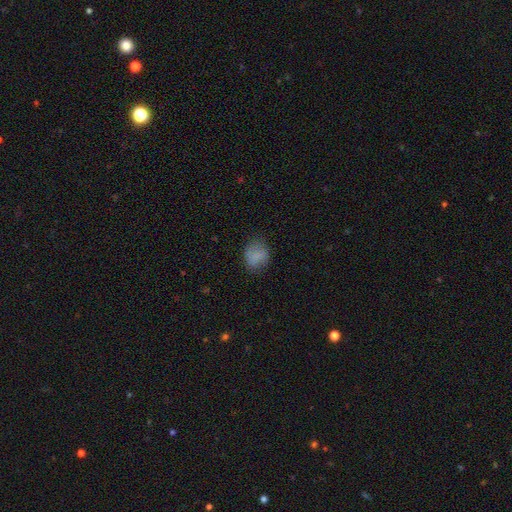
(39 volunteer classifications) Smooth or featured? 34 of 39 (87%) said smooth. How rounded? 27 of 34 (79%) said round. Merging? 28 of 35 (80%) said none.